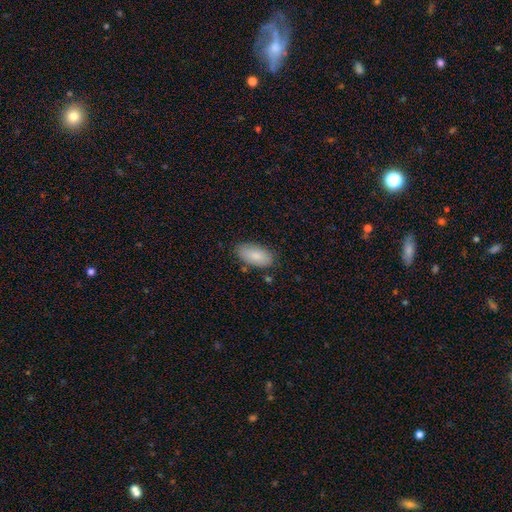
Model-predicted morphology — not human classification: A smooth galaxy with no disk features (85%) that is in between round and cigar-shaped (93%).

Vote fractions:
- Smooth or featured? smooth: 85% / featured or disk: 9% / star or artifact: 6%
- How rounded? in between: 93% / cigar-shaped: 5% / round: 2%
- Merging? none: 81% / minor disturbance: 14% / major disturbance: 3% / merger: 2%